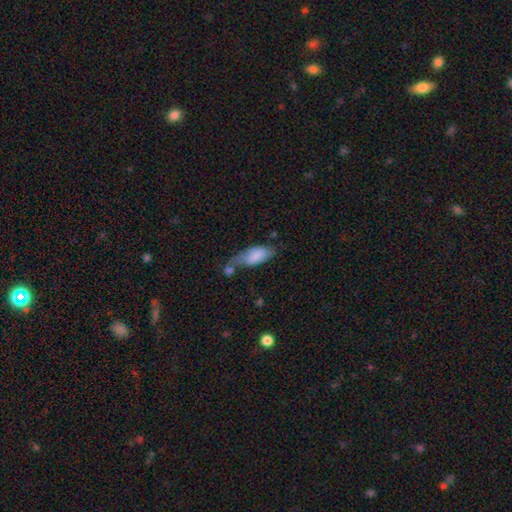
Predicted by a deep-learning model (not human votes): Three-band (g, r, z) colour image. It shows a smooth galaxy with no disk features (78%) that is in between round and cigar-shaped (83%). Merging: none (29%).